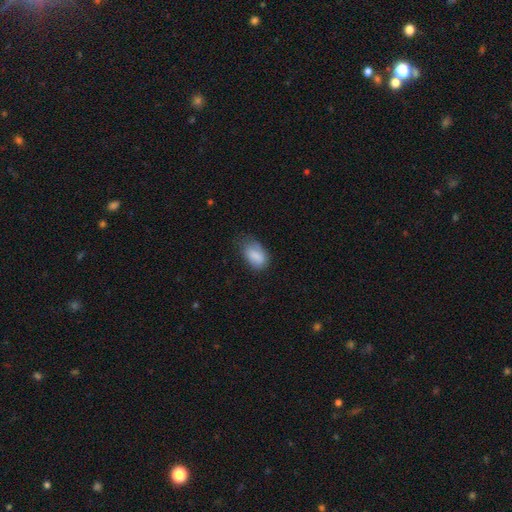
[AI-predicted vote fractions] This appears to be a smooth galaxy with no disk features (84%) that is in between round and cigar-shaped (91%). Merging: none (50%).